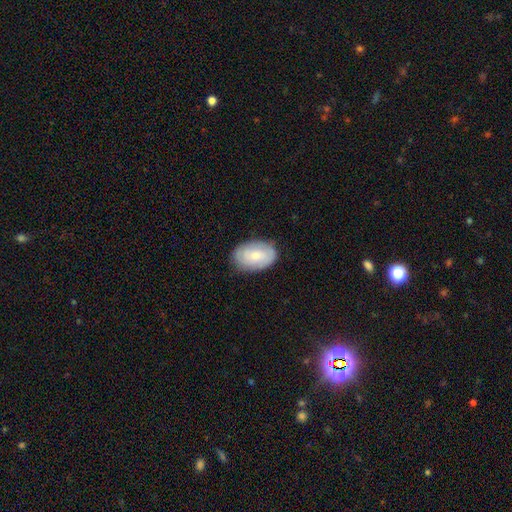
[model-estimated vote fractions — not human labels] A smooth galaxy with no disk features (59%) that is in between round and cigar-shaped (88%).

Vote fractions:
- Smooth or featured? smooth: 59% / featured or disk: 34% / star or artifact: 6%
- How rounded? in between: 88% / round: 11% / cigar-shaped: 1%
- Merging? none: 80% / minor disturbance: 15% / major disturbance: 3% / merger: 1%